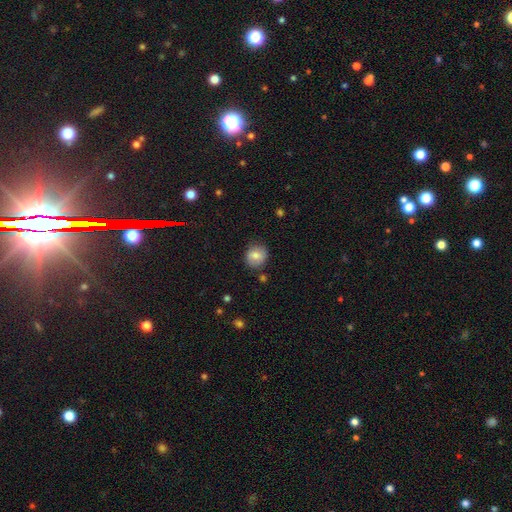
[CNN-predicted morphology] A smooth galaxy with no disk features (76%) that is round (79%). Merging: none (79%).